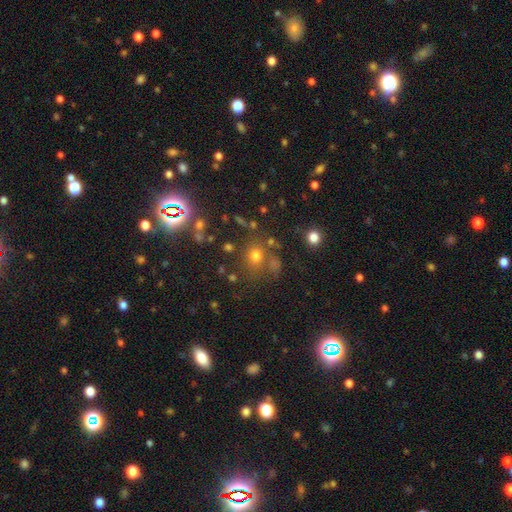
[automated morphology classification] A smooth galaxy with no disk features (65%) that is round (81%). Merging: none (69%).